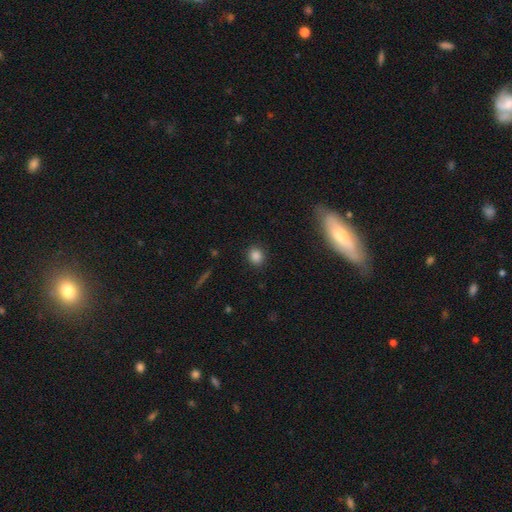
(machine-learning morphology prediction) Smooth or featured: smooth — 85% (star or artifact — 11%)
How rounded: round — 69% (in between — 30%)
Merging: none — 89% (minor disturbance — 7%)